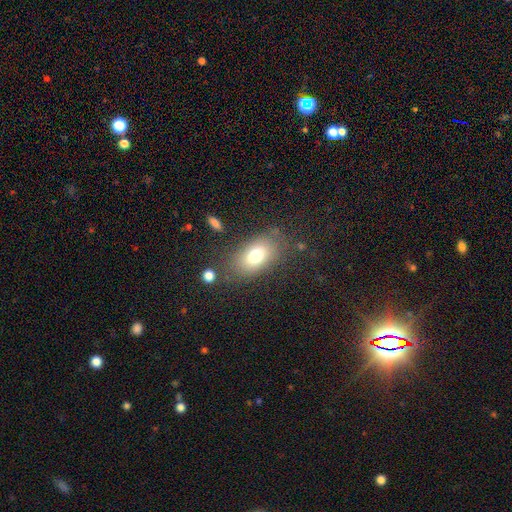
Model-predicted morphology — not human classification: A smooth galaxy with no disk features (76%) that is in between round and cigar-shaped (86%).

Vote fractions:
- Smooth or featured? smooth: 76% / featured or disk: 14% / star or artifact: 10%
- How rounded? in between: 86% / round: 12% / cigar-shaped: 2%
- Merging? none: 76% / minor disturbance: 14% / major disturbance: 7% / merger: 3%